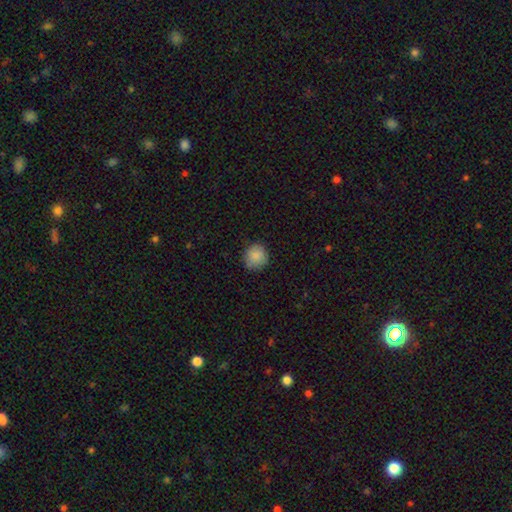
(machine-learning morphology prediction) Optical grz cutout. It shows a smooth galaxy with no disk features (87%) that is round (90%). Merging: none (85%).